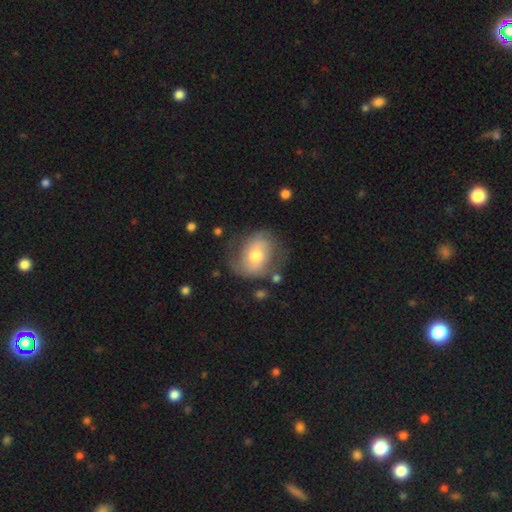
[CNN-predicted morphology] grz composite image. It shows a featured or disk galaxy (50%). Merging: none (60%).